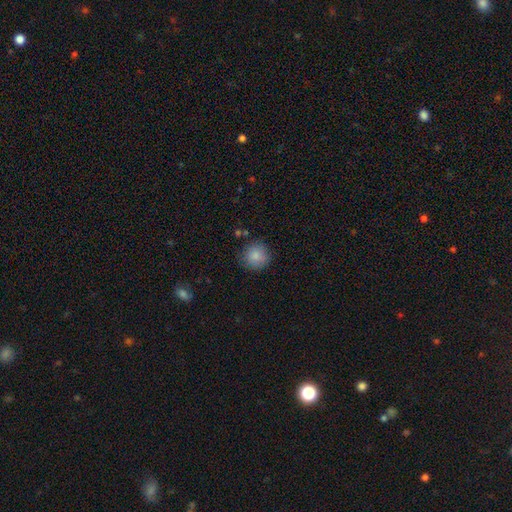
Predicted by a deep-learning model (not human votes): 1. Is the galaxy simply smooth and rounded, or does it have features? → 86% smooth, 9% star or artifact, 5% featured or disk.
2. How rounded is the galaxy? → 93% round, 6% in between, 1% cigar-shaped.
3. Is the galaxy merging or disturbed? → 85% none, 10% minor disturbance, 3% major disturbance, 2% merger.